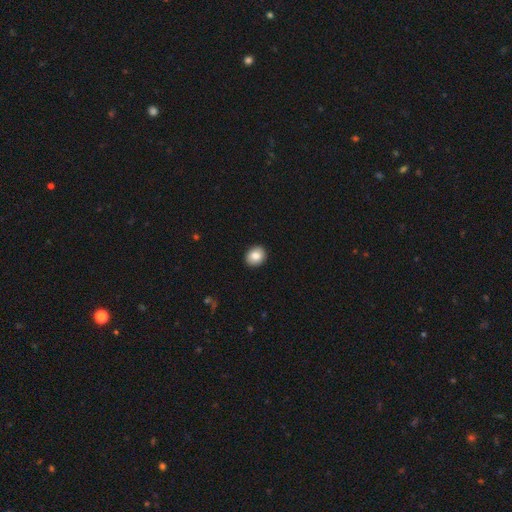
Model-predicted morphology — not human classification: smooth-or-featured: smooth: 83% | featured or disk: 9% | star or artifact: 8%
  how-rounded: round: 66% | in between: 33% | cigar-shaped: 1%
  merging: none: 92% | minor disturbance: 6% | major disturbance: 1% | merger: 1%